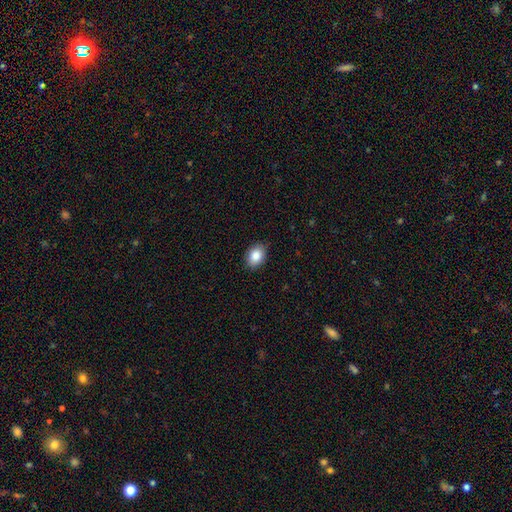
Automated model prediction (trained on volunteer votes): A smooth galaxy with no disk features (86%) that is in between round and cigar-shaped (73%).

Vote fractions:
- Smooth or featured? smooth: 86% / star or artifact: 8% / featured or disk: 6%
- How rounded? in between: 73% / round: 26% / cigar-shaped: 1%
- Merging? none: 85% / minor disturbance: 11% / major disturbance: 2% / merger: 1%